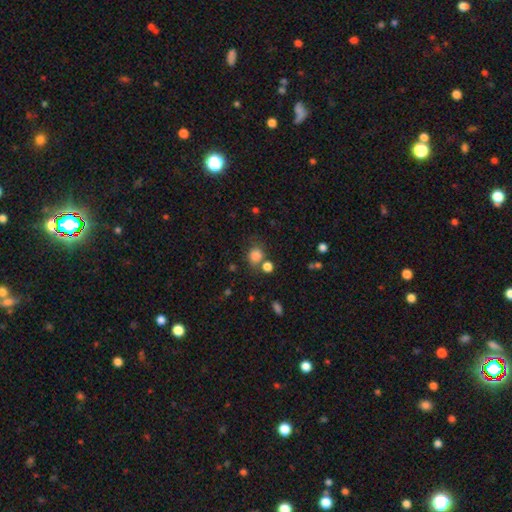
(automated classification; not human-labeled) This appears to be a smooth galaxy with no disk features (81%) that is round (71%). Merging: none (63%).